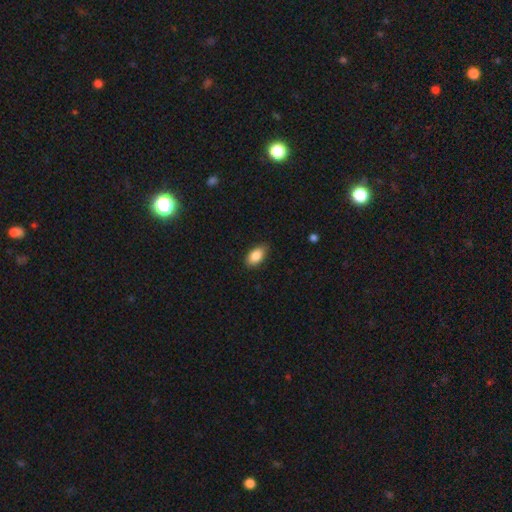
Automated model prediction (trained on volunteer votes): Smooth or featured: smooth — 87% (star or artifact — 7%)
How rounded: in between — 92% (round — 5%)
Merging: none — 82% (minor disturbance — 15%)